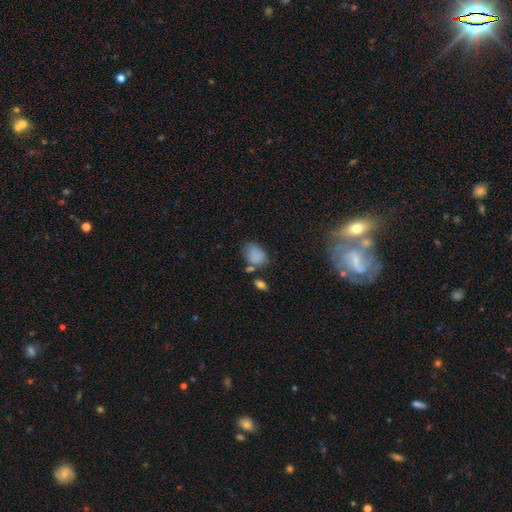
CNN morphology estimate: A smooth galaxy with no disk features (80%) that is in between round and cigar-shaped (72%). Merging: none (50%).